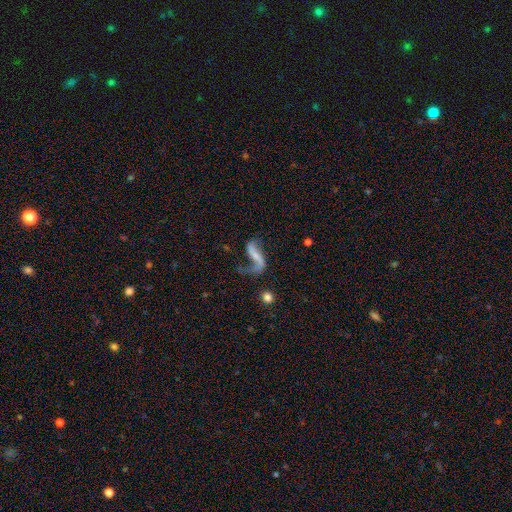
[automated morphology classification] The model was most divided on "bar" (2-way tie): no: 34%, weak: 34%, strong: 32%. Remaining: edge-on disk — no (94%); spiral arms — yes (88%); spiral winding — loose (88%); smooth or featured — featured or disk (74%); spiral arm count — 2 (72%); bulge size — small (46%); merging — none (38%).